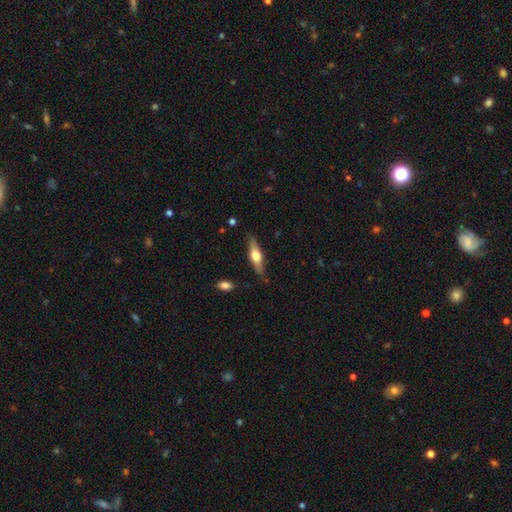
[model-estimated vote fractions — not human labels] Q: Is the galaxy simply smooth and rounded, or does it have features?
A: featured or disk — 56%.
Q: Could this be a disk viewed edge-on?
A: yes — 94%.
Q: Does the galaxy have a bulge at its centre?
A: rounded — 92%.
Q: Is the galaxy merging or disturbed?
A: none — 84%.